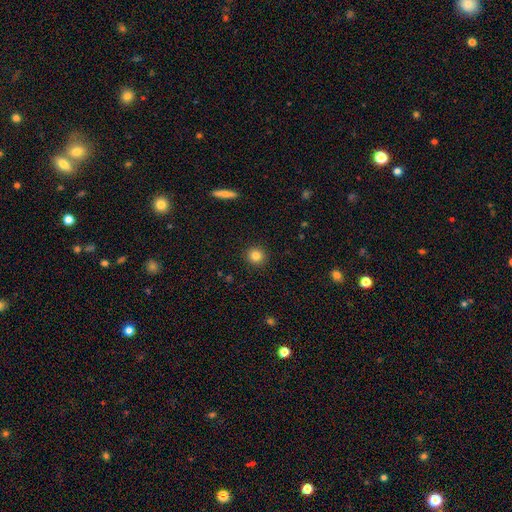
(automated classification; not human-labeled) Smooth or featured? smooth (83%)
How rounded? round (93%)
Merging? none (92%)